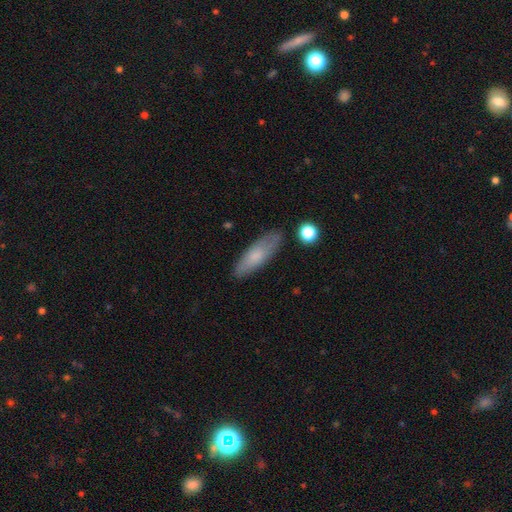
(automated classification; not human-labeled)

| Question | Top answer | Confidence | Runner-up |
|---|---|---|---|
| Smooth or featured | smooth | 71% | featured or disk (23%) |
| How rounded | in between | 50% | cigar-shaped (48%) |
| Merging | none | 81% | minor disturbance (13%) |